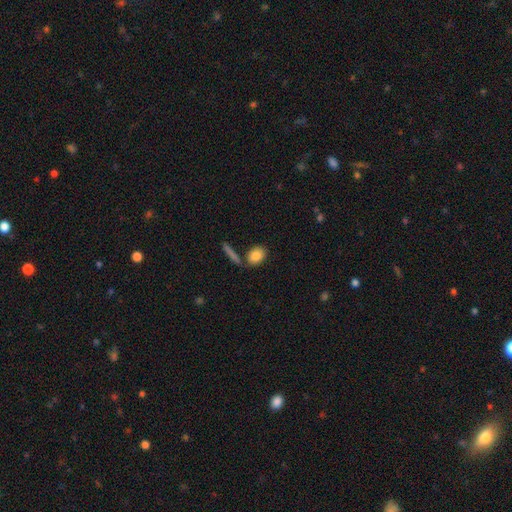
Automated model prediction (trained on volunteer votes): The model was most divided on "how rounded": in between: 72%, round: 24%, cigar-shaped: 4%. More confident: smooth or featured — smooth (84%); merging — none (70%).